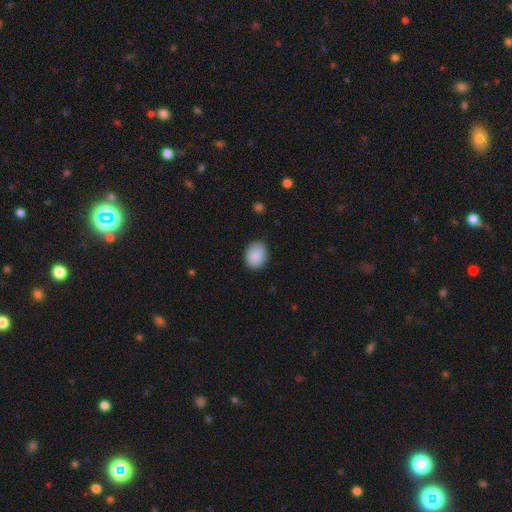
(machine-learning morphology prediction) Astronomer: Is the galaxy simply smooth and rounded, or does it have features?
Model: smooth — 89%.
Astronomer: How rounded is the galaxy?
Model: in between — 59% (runner-up: round, 40%).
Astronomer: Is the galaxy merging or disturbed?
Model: none — 84%.